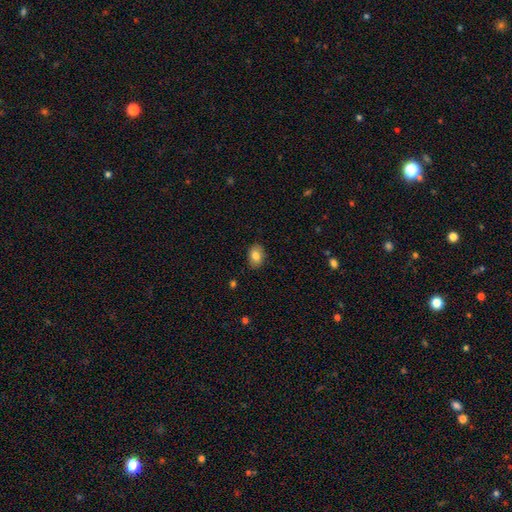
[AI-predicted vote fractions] A smooth galaxy with no disk features (82%) that is in between round and cigar-shaped (77%).

Vote fractions:
- Smooth or featured? smooth: 82% / featured or disk: 10% / star or artifact: 8%
- How rounded? in between: 77% / round: 22% / cigar-shaped: 1%
- Merging? none: 87% / minor disturbance: 10% / major disturbance: 2% / merger: 1%